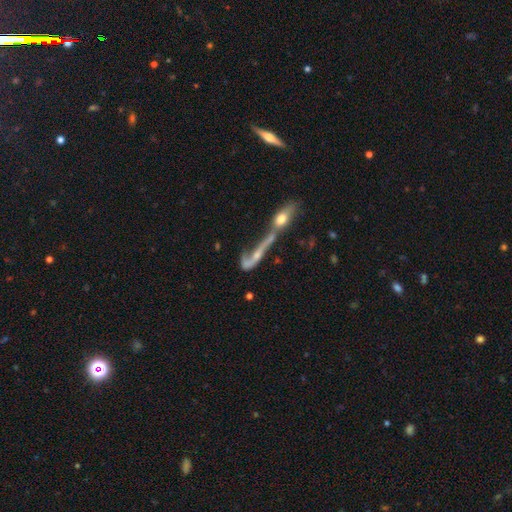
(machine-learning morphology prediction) The model was most divided on "smooth or featured": featured or disk: 60%, smooth: 29%, star or artifact: 11%. More confident: edge-on disk — no (69%); merging — merger (68%).